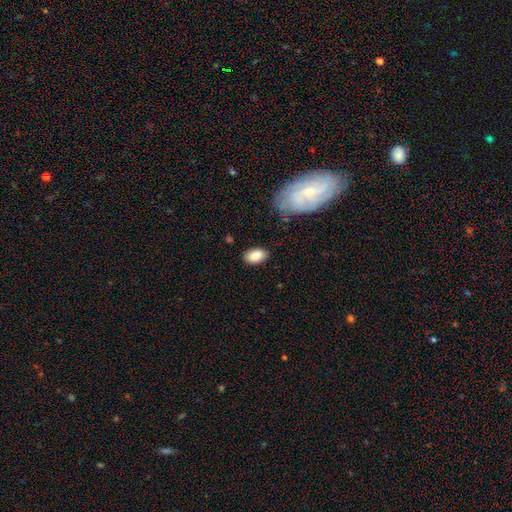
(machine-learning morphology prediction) This is clearly a smooth galaxy (87%). How rounded: clearly in between (92%). Merging: clearly none (83%).